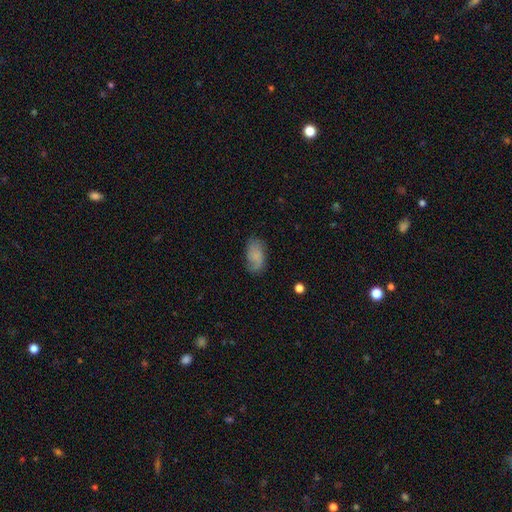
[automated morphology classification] A smooth galaxy with no disk features (65%) that is in between round and cigar-shaped (92%). Merging: none (65%).